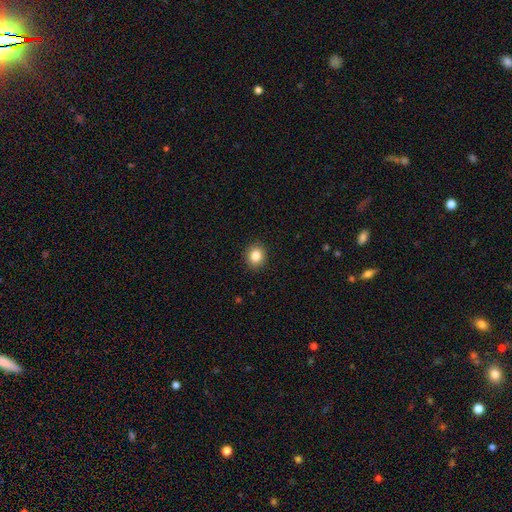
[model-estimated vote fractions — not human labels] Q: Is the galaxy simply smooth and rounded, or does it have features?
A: smooth — 84%.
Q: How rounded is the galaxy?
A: round — 77%.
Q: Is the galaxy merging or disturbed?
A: none — 91%.